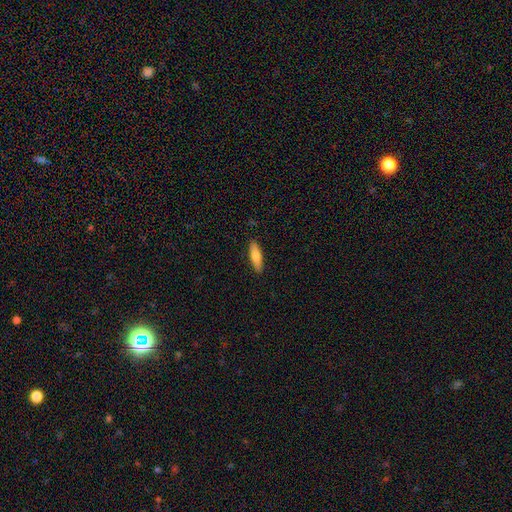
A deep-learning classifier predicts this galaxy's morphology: Smooth or featured? smooth (73%)
How rounded? cigar-shaped (59%)
Merging? none (89%)